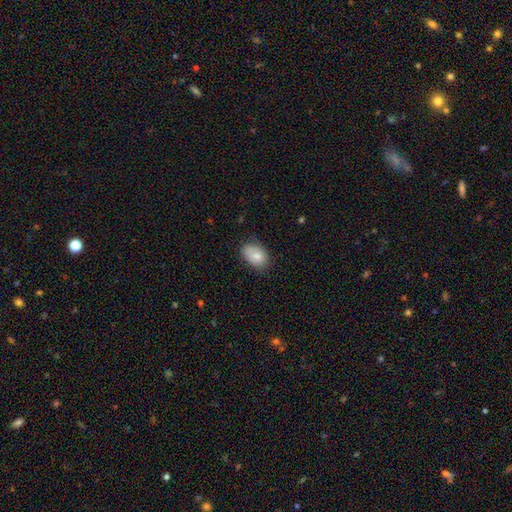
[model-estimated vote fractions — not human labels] smooth_or_featured: smooth (p=0.79) [alt: featured or disk p=0.13]
how_rounded: in between (p=0.84) [alt: round p=0.15]
merging: none (p=0.68) [alt: minor disturbance p=0.25]